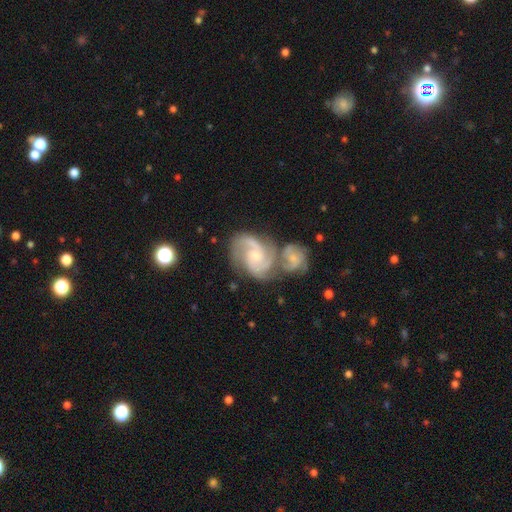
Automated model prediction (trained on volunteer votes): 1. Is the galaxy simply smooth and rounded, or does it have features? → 88% featured or disk, 7% smooth, 5% star or artifact.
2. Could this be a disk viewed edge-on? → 98% no, 2% yes.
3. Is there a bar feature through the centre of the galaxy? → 61% no, 33% weak, 7% strong.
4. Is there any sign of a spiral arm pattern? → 97% yes, 3% no.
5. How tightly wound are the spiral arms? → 55% medium, 30% tight, 16% loose.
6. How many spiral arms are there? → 63% 2, 20% 3, 7% can't tell, 3% 1, 3% 4, 3% more than 4.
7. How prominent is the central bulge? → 59% small, 34% moderate, 3% none, 2% large, 1% dominant.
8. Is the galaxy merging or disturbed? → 57% merger, 26% none, 10% minor disturbance, 6% major disturbance.